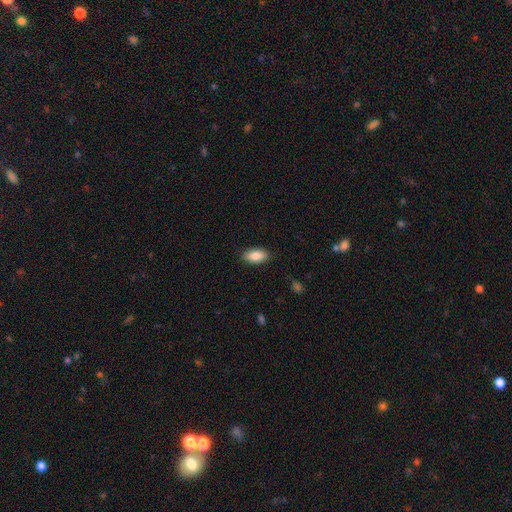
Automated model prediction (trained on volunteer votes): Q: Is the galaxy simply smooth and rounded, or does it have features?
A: smooth — 88%.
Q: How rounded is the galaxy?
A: in between — 91%.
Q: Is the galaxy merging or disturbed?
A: none — 88%.